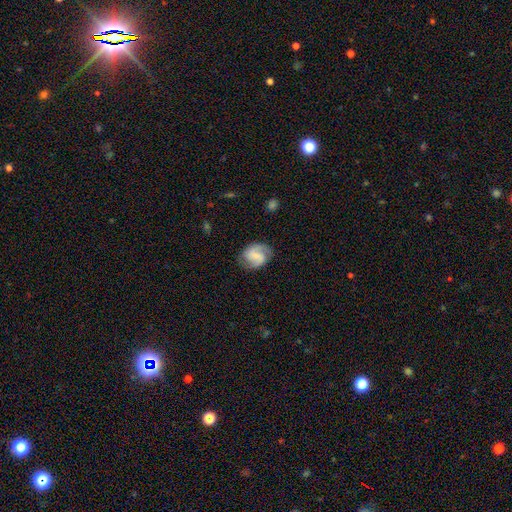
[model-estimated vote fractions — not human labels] A featured or disk galaxy (74%) with a weak bar (51%), 2 (87%) medium (50%) spiral arms (95%) and a small central bulge (47%).

Vote fractions:
- Smooth or featured? featured or disk: 74% / smooth: 19% / star or artifact: 6%
- Edge-on disk? no: 98% / yes: 2%
- Bar? weak: 51% / no: 27% / strong: 22%
- Spiral arms? yes: 95% / no: 5%
- Spiral winding? medium: 50% / tight: 25% / loose: 25%
- Spiral arm count? 2: 87% / can't tell: 5% / 1: 4% / 3: 2% / 4: 1% / more than 4: 1%
- Bulge size? small: 47% / none: 27% / moderate: 21% / large: 3% / dominant: 1%
- Merging? none: 78% / minor disturbance: 15% / major disturbance: 6% / merger: 1%